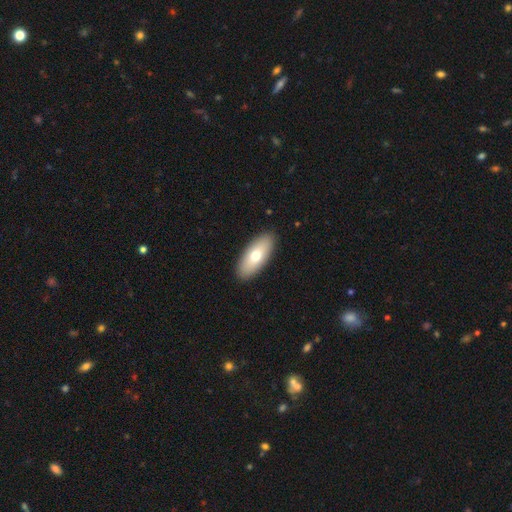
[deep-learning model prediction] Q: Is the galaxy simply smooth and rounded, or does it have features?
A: smooth — 70%.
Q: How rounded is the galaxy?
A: in between — 82%.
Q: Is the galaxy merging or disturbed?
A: none — 90%.